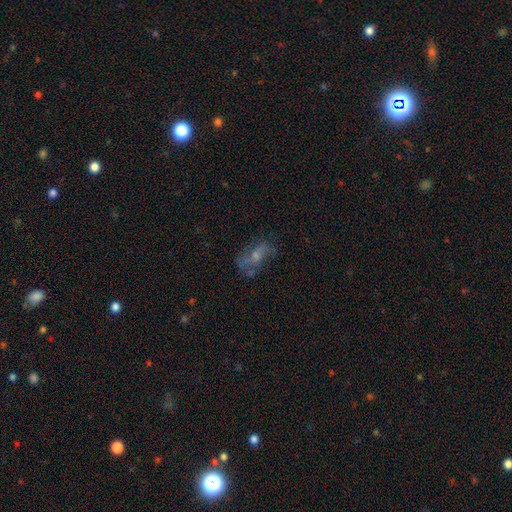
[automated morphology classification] This is possibly a featured or disk galaxy (57%). It is clearly not viewed edge-on (94%). Bar: likely no (67%). Spiral arm pattern: possibly yes (57%). Central bulge: possibly small (45%). Merging: possibly none (51%).